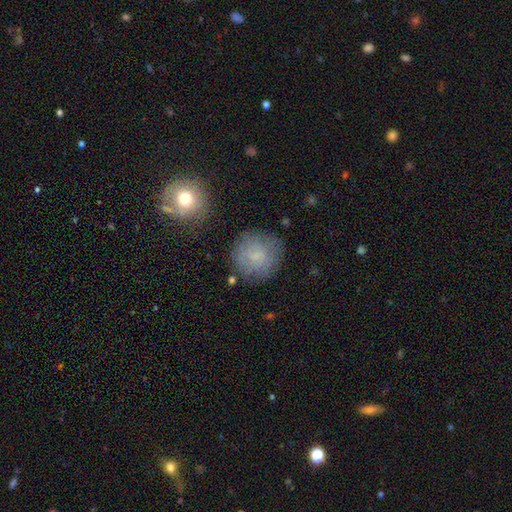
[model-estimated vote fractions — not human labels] A smooth galaxy with no disk features (56%) that is round (89%). Merging: none (76%).